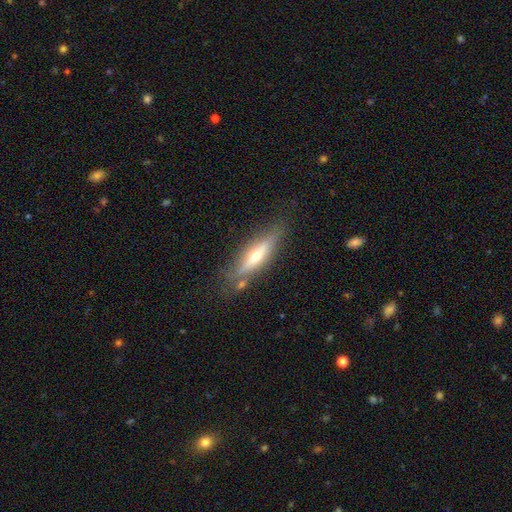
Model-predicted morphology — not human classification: A featured or disk galaxy (61%) viewed edge-on (89%) with a rounded central bulge (89%). Merging: none (77%).